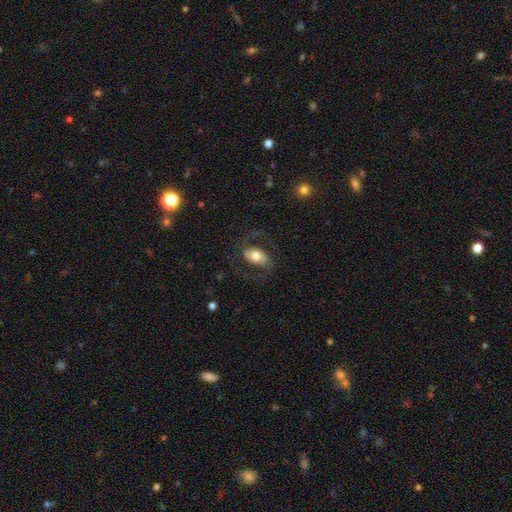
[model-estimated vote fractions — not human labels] smooth-or-featured: featured or disk: 53% | smooth: 40% | star or artifact: 7%
  disk-edge-on: no: 94% | yes: 6%
  merging: none: 70% | major disturbance: 15% | minor disturbance: 14% | merger: 1%